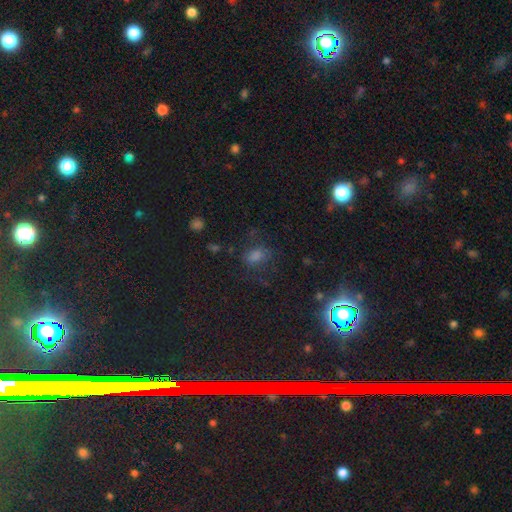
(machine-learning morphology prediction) Smooth or featured? smooth (51%)
How rounded? in between (65%)
Merging? none (68%)